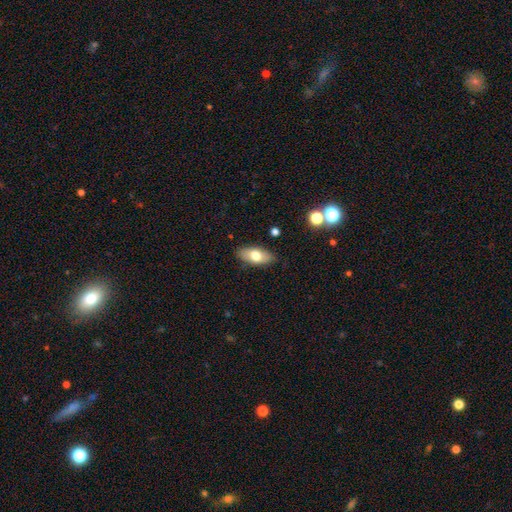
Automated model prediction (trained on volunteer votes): This is likely a smooth galaxy (73%). How rounded: clearly in between (88%). Merging: clearly none (86%).